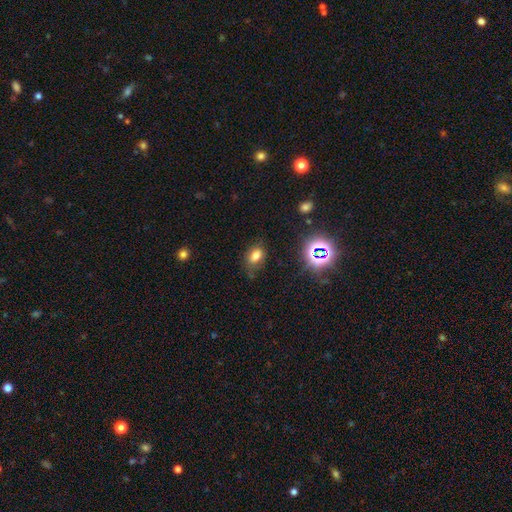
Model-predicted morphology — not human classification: Q: Smooth or featured?
A: smooth (71%); runner-up: star or artifact (19%)
Q: How rounded?
A: in between (81%); runner-up: round (17%)
Q: Merging?
A: none (71%); runner-up: minor disturbance (20%)